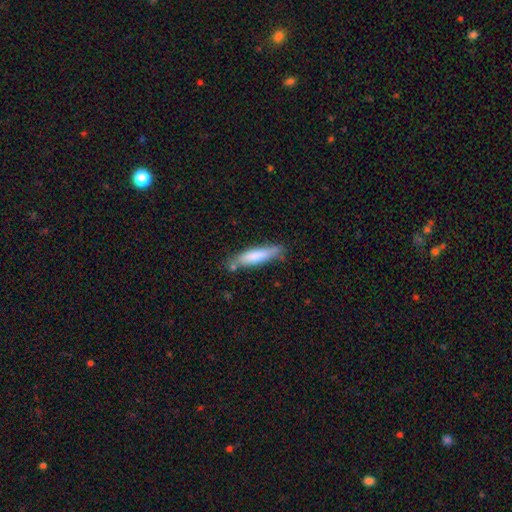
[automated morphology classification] Smooth or featured? smooth (77%)
How rounded? cigar-shaped (79%)
Merging? none (72%)